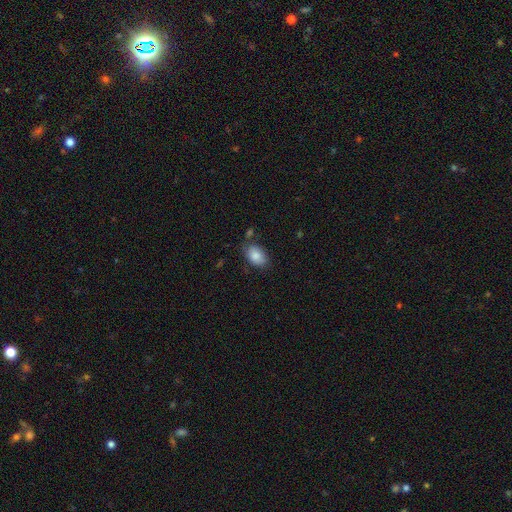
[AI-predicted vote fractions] The model was most divided on "merging": none: 72%, minor disturbance: 19%, merger: 5%, major disturbance: 4%. More confident: how rounded — in between (88%); smooth or featured — smooth (84%).